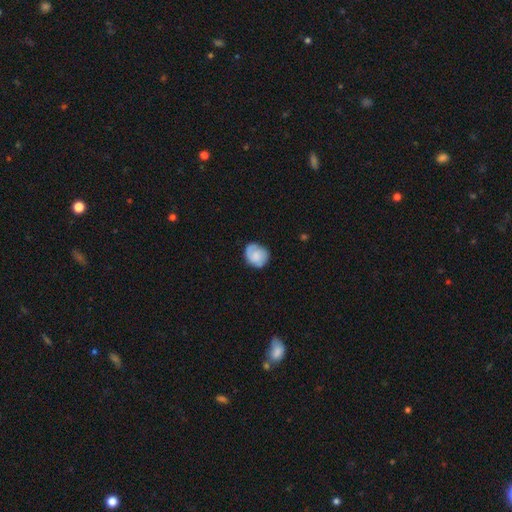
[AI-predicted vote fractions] smooth 62%, featured or disk 30%, star or artifact 8%. Down the decision tree: how rounded — round (66%); merging — none (70%).